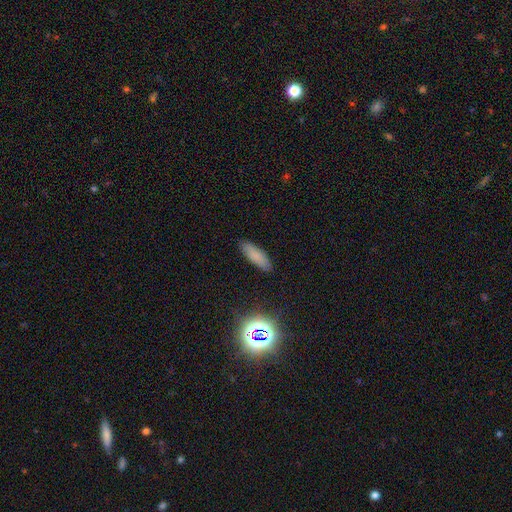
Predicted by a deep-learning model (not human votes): Smooth or featured? smooth (80%)
How rounded? in between (50%)
Merging? none (87%)